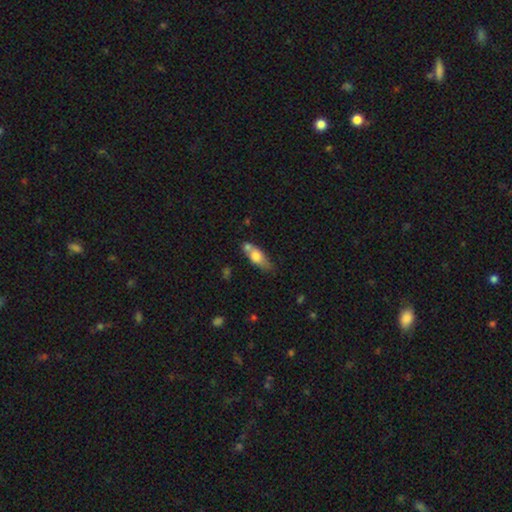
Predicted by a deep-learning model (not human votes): smooth_or_featured: smooth (p=0.67) [alt: featured or disk p=0.25]
how_rounded: in between (p=0.67) [alt: cigar-shaped p=0.28]
merging: none (p=0.43) [alt: merger p=0.29]